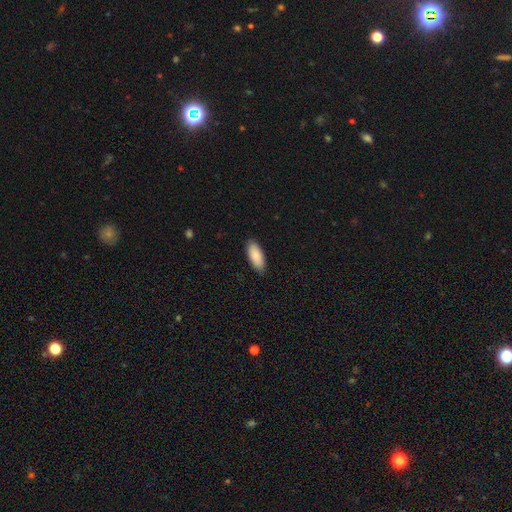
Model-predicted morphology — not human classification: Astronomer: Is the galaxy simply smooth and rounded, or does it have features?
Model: smooth — 88%.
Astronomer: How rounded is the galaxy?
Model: in between — 85%.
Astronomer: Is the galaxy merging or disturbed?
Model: none — 88%.